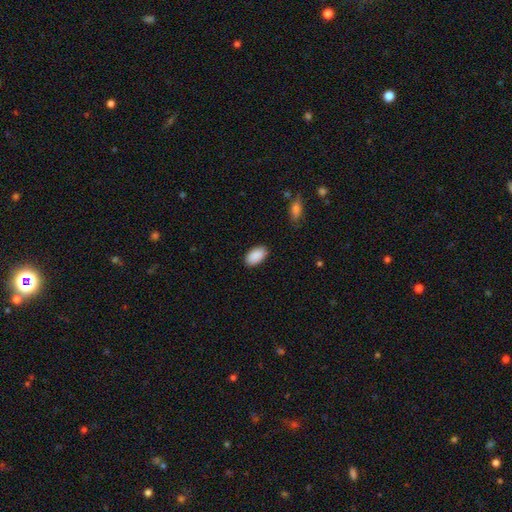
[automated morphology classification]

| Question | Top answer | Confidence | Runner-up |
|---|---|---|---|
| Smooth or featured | smooth | 90% | star or artifact (6%) |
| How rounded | in between | 95% | round (3%) |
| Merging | none | 87% | minor disturbance (10%) |